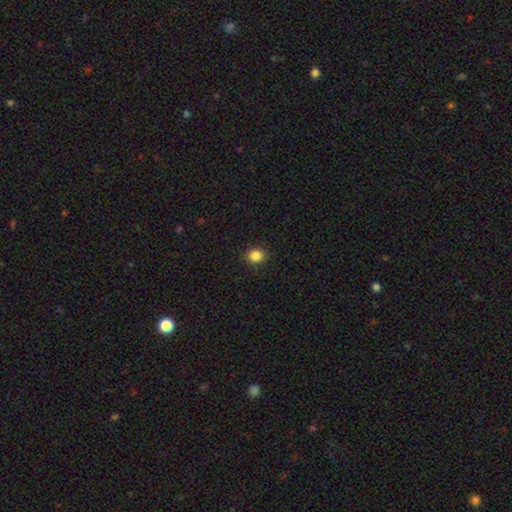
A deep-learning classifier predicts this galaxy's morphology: This appears to be a smooth galaxy with no disk features (85%) that is round (80%). Merging: none (91%).